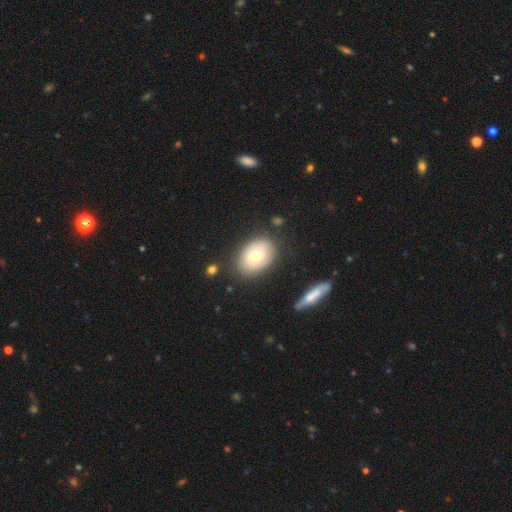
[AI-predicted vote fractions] A featured or disk galaxy (55%) with no bar (60%), spiral arms (77%) and a moderate central bulge (66%). Merging: none (78%).